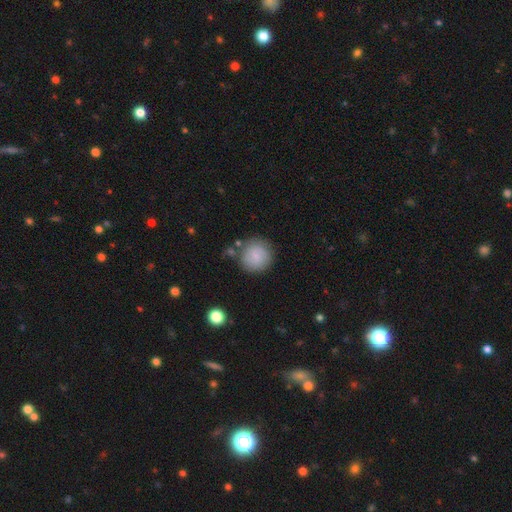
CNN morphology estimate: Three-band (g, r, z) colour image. It shows a smooth galaxy with no disk features (72%) that is round (93%). Merging: none (79%).